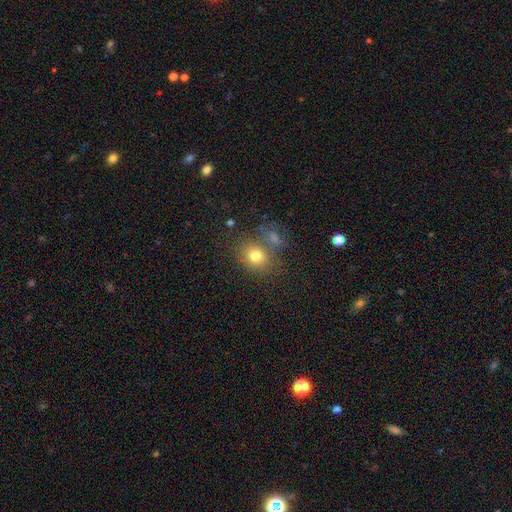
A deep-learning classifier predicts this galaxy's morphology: This is likely a smooth galaxy (76%). How rounded: likely round (68%). Merging: likely none (60%).